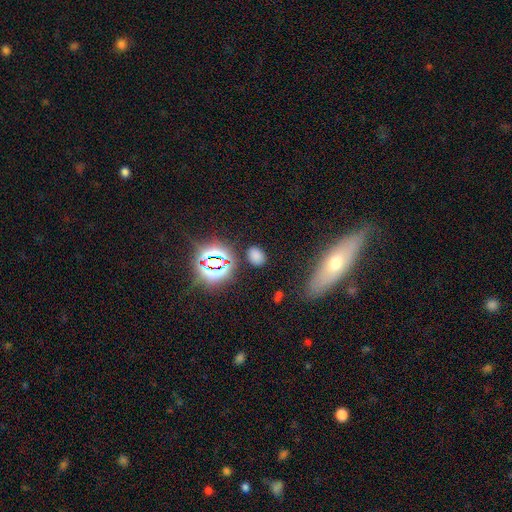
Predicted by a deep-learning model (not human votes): A smooth galaxy with no disk features (69%) that is in between round and cigar-shaped (73%).

Vote fractions:
- Smooth or featured? smooth: 69% / star or artifact: 25% / featured or disk: 6%
- How rounded? in between: 73% / round: 25% / cigar-shaped: 2%
- Merging? none: 83% / minor disturbance: 10% / major disturbance: 4% / merger: 3%